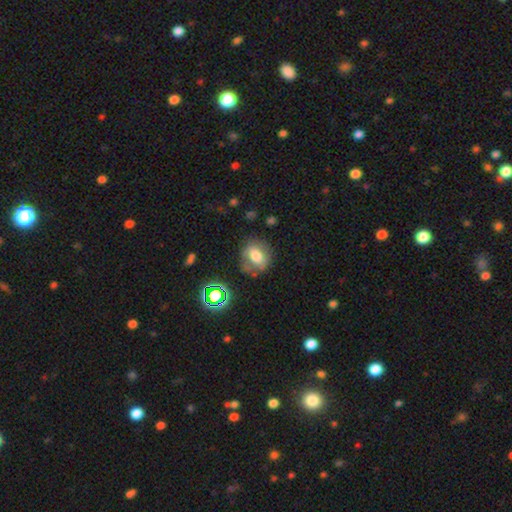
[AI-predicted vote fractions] This is likely a smooth galaxy (61%). How rounded: possibly round (53%). Merging: likely none (64%).